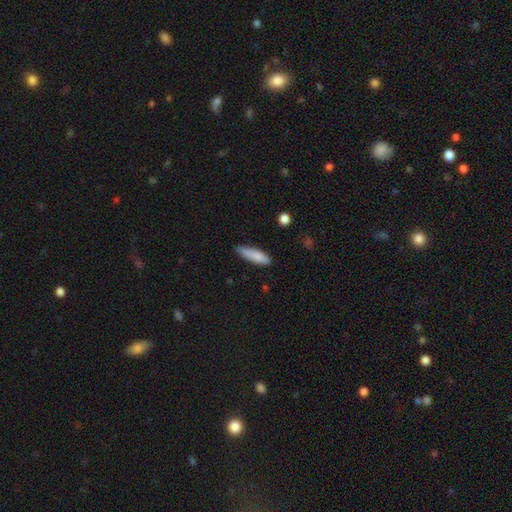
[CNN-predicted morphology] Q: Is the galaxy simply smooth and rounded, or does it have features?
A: smooth — 83%.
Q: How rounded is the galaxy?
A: cigar-shaped — 64%.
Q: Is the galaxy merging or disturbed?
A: none — 71%.